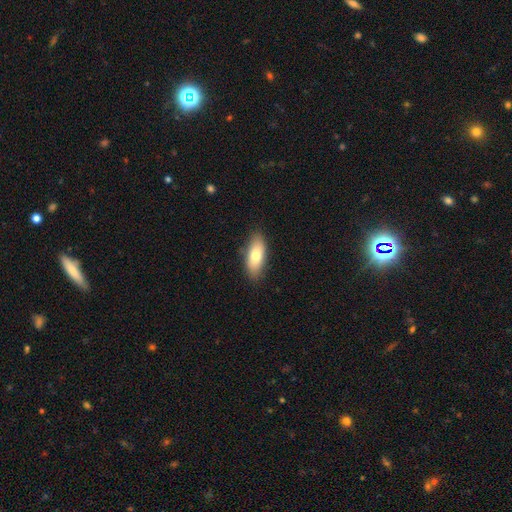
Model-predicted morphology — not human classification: This appears to be a smooth galaxy with no disk features (76%) that is in between round and cigar-shaped (81%). Merging: none (84%).